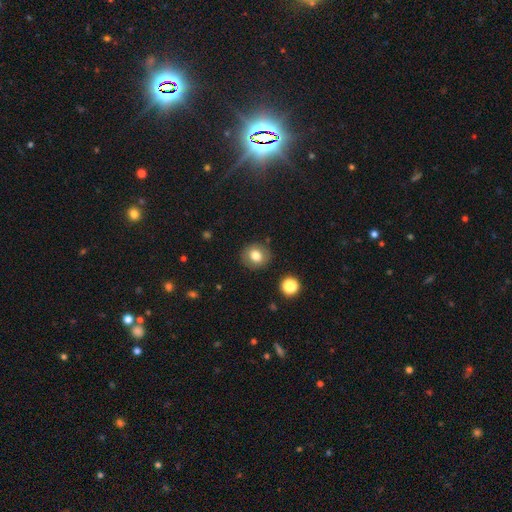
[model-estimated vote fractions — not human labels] smooth 78%, featured or disk 11%, star or artifact 11%. Down the decision tree: how rounded — round (81%); merging — none (86%).